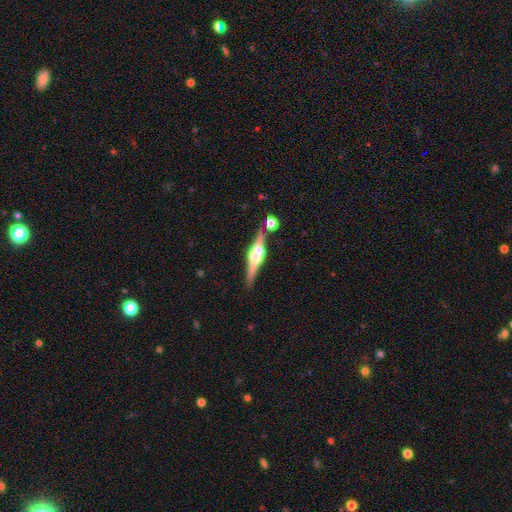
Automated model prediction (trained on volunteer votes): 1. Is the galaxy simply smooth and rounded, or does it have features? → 81% featured or disk, 12% smooth, 7% star or artifact.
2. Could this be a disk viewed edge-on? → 97% yes, 3% no.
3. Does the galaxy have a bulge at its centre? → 87% rounded, 12% boxy, 2% none.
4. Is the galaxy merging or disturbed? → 79% none, 10% minor disturbance, 8% merger, 3% major disturbance.